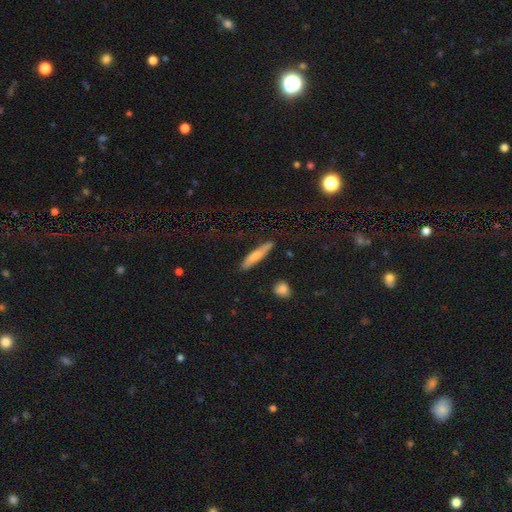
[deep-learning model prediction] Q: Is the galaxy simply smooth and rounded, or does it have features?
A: smooth — 71%.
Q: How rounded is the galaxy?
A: cigar-shaped — 87%.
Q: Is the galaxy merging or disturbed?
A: none — 85%.